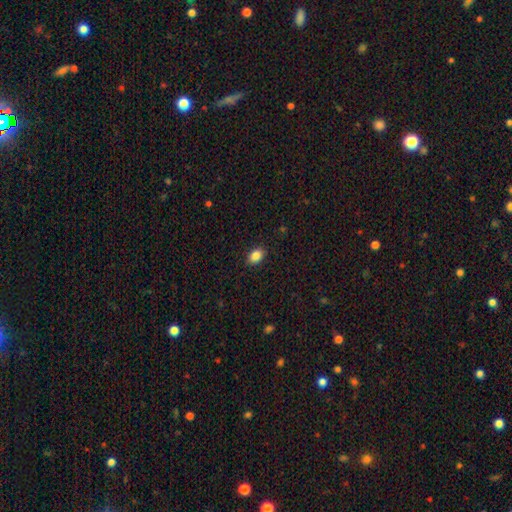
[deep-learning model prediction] Smooth or featured? Predicted: smooth (p=0.86). How rounded? Predicted: in between (p=0.78). Merging? Predicted: none (p=0.89).